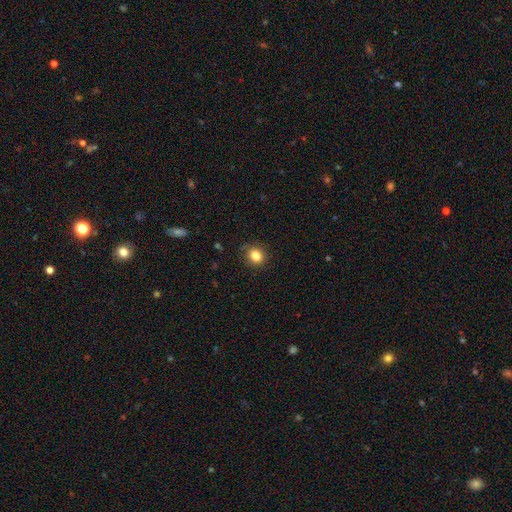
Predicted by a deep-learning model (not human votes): Smooth or featured: smooth — 83% (star or artifact — 11%)
How rounded: round — 74% (in between — 25%)
Merging: none — 82% (minor disturbance — 13%)